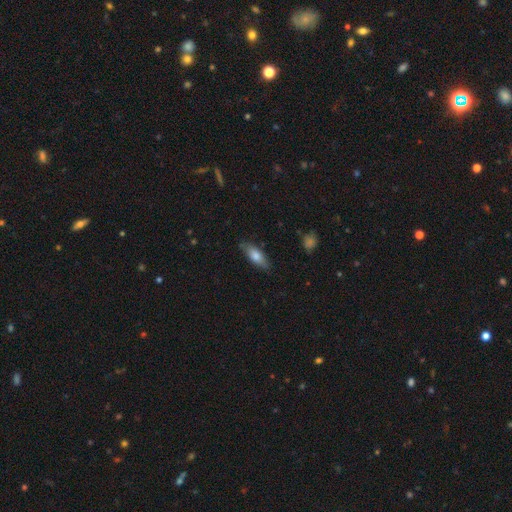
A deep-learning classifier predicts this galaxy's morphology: Smooth or featured: smooth — 72% (featured or disk — 21%)
How rounded: in between — 66% (cigar-shaped — 32%)
Merging: none — 81% (minor disturbance — 15%)